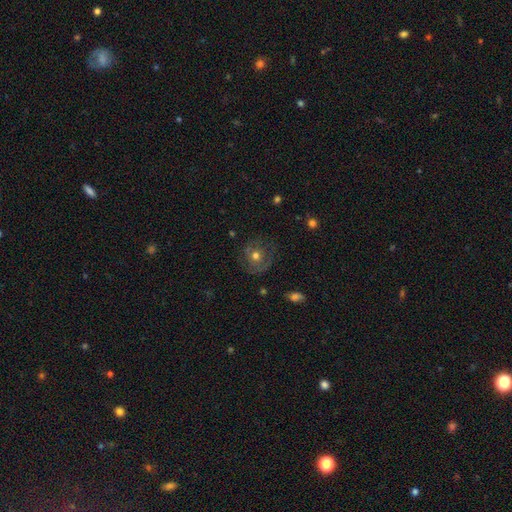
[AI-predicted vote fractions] Smooth or featured: featured or disk — 45% (smooth — 44%)
Merging: none — 71% (minor disturbance — 17%)